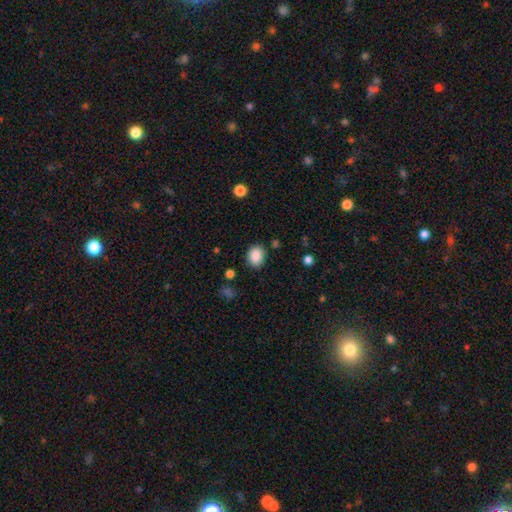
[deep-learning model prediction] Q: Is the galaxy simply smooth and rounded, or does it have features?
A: smooth — 87%.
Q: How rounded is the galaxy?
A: in between — 51%.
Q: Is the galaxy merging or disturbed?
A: none — 84%.